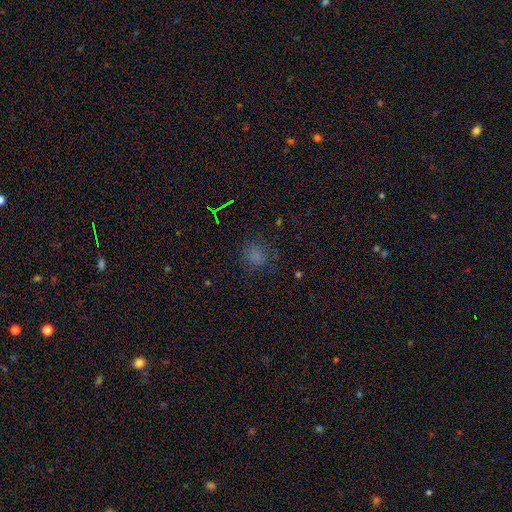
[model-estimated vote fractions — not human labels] smooth 66%, star or artifact 24%, featured or disk 9%. Down the decision tree: how rounded — round (73%); merging — none (74%).